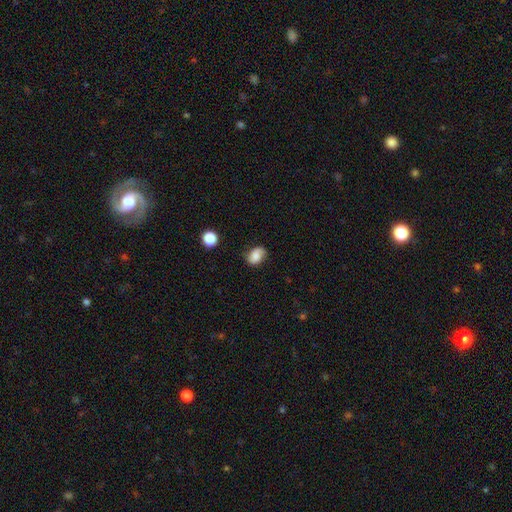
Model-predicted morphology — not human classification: A smooth galaxy with no disk features (67%) that is in between round and cigar-shaped (70%).

Vote fractions:
- Smooth or featured? smooth: 67% / featured or disk: 23% / star or artifact: 10%
- How rounded? in between: 70% / round: 28% / cigar-shaped: 1%
- Merging? none: 72% / minor disturbance: 21% / major disturbance: 5% / merger: 2%